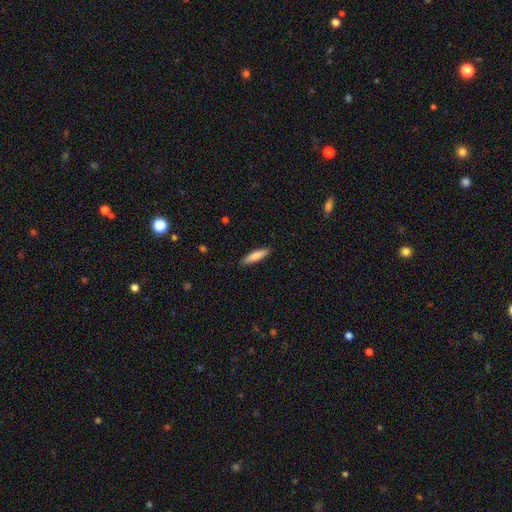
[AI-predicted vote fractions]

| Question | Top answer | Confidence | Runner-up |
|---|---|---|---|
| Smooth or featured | smooth | 80% | featured or disk (14%) |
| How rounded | cigar-shaped | 77% | in between (21%) |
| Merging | none | 89% | minor disturbance (8%) |